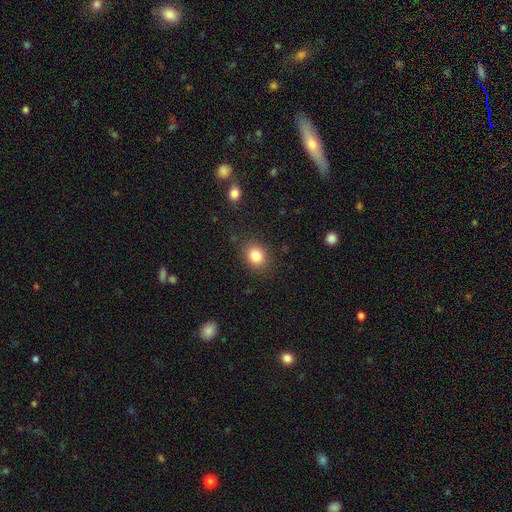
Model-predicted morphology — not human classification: A smooth galaxy with no disk features (83%) that is round (63%). Merging: none (85%).